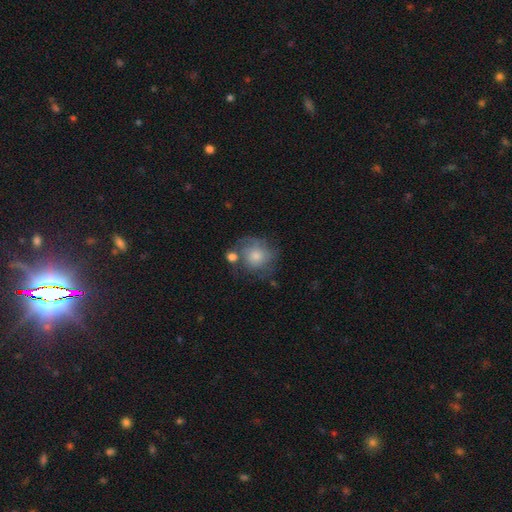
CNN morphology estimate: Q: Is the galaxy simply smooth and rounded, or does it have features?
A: smooth — 52%.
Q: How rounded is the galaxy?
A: round — 79%.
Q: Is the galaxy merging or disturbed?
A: none — 45%.